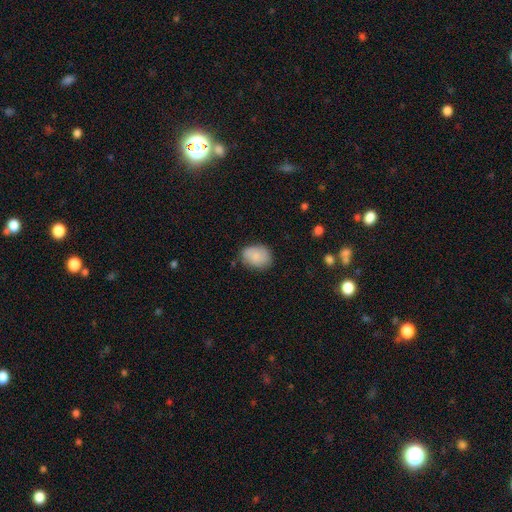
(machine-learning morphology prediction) smooth 82%, featured or disk 11%, star or artifact 7%. Down the decision tree: how rounded — in between (67%); merging — none (74%).